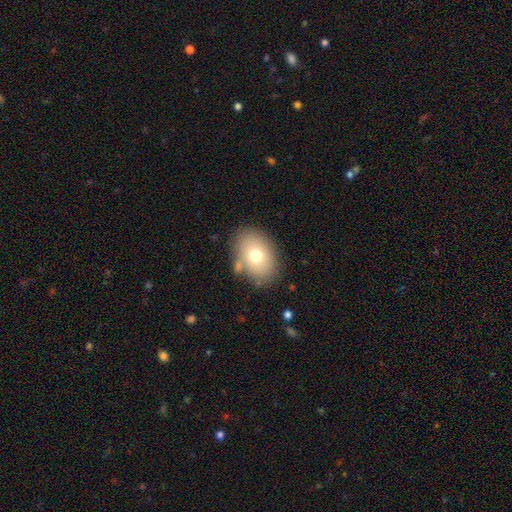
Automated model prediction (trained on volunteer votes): Smooth or featured?
  - smooth: 72% *
  - featured or disk: 19%
  - star or artifact: 9%
How rounded?
  - in between: 78% *
  - round: 21%
  - cigar-shaped: 1%
Merging?
  - none: 76% *
  - minor disturbance: 14%
  - merger: 5%
  - major disturbance: 5%